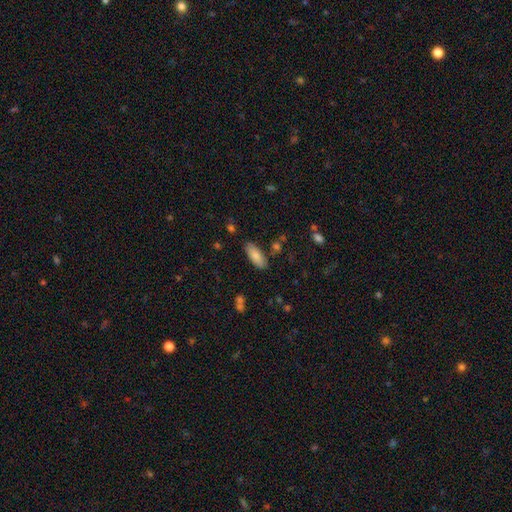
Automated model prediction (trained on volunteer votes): This appears to be a smooth galaxy with no disk features (84%) that is in between round and cigar-shaped (78%). Merging: none (82%).